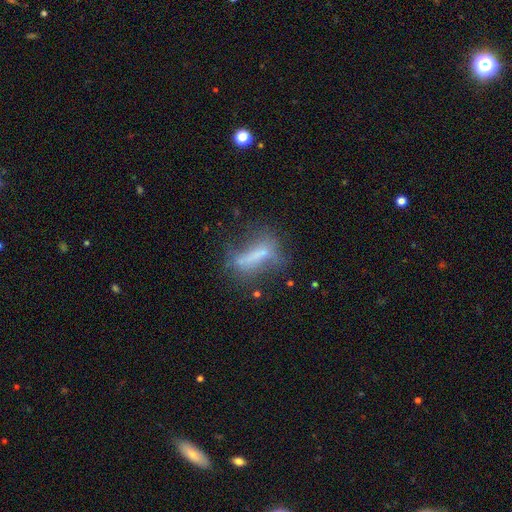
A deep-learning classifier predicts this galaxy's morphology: A smooth galaxy with no disk features (44%). Merging: none (43%).